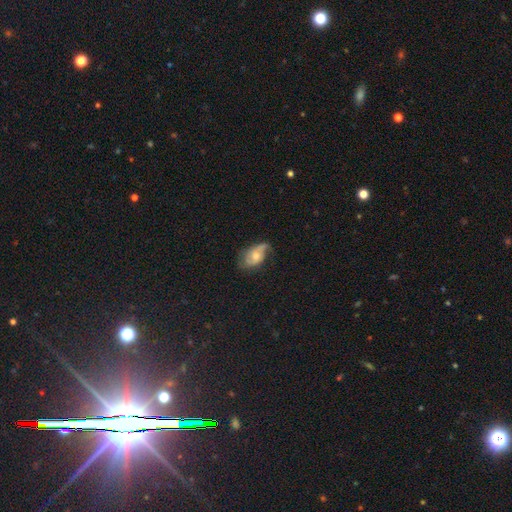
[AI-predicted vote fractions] Overall: featured or disk (62%; smooth 31%). Edge-on disk: no (95%). Bar: no (68%). Spiral arms: yes (86%). Spiral arm count: 2 (72%). Spiral winding: loose (46%; medium 37%). Bulge size: moderate (58%; small 31%). Merging: none (52%; minor disturbance 30%).